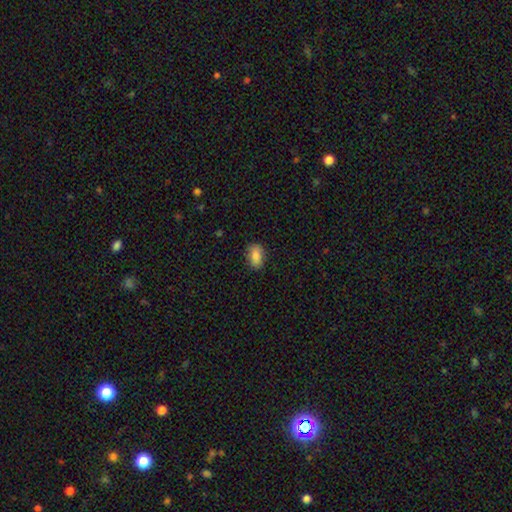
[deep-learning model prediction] The model was most divided on "merging": none: 84%, minor disturbance: 12%, major disturbance: 3%, merger: 1%. More confident: how rounded — in between (86%); smooth or featured — smooth (84%).